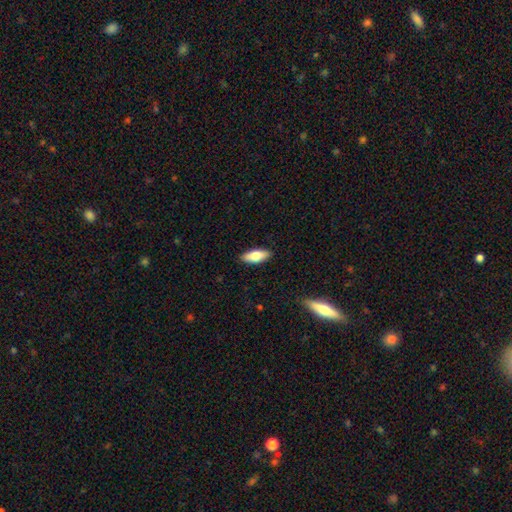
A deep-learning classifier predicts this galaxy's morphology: The model was most divided on "smooth or featured": smooth: 73%, featured or disk: 21%, star or artifact: 6%. More confident: merging — none (89%); how rounded — in between (77%).